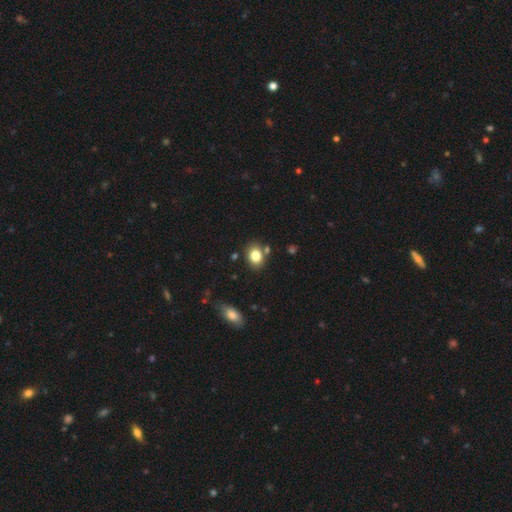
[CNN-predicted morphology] A smooth galaxy with no disk features (81%) that is in between round and cigar-shaped (59%).

Vote fractions:
- Smooth or featured? smooth: 81% / star or artifact: 10% / featured or disk: 9%
- How rounded? in between: 59% / round: 40% / cigar-shaped: 1%
- Merging? none: 79% / minor disturbance: 11% / merger: 8% / major disturbance: 3%